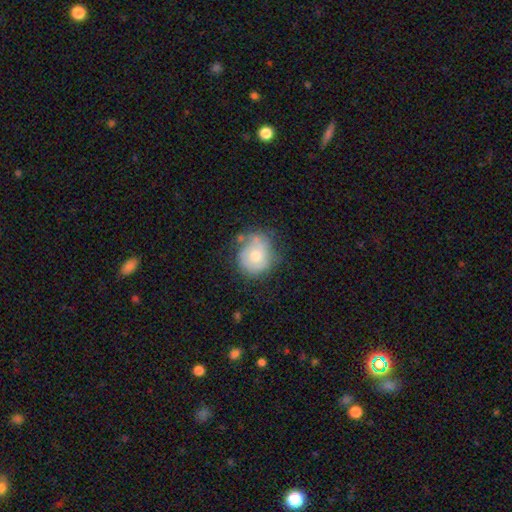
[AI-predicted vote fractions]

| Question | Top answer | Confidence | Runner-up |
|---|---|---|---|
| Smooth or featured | smooth | 50% | featured or disk (42%) |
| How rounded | round | 74% | in between (25%) |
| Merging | none | 53% | minor disturbance (29%) |